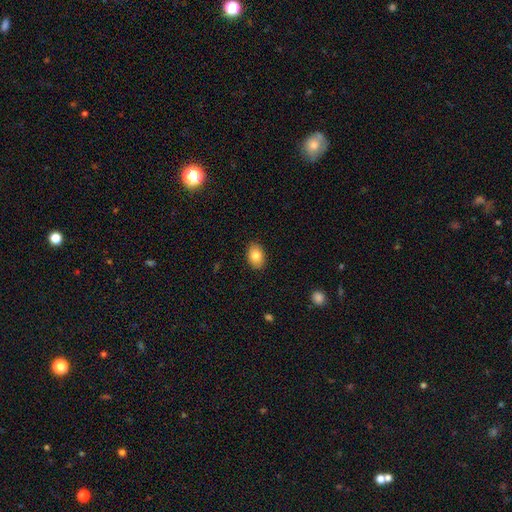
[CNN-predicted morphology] smooth-or-featured: smooth: 83% | featured or disk: 9% | star or artifact: 8%
  how-rounded: in between: 84% | round: 15% | cigar-shaped: 1%
  merging: none: 89% | minor disturbance: 9% | major disturbance: 2% | merger: 1%